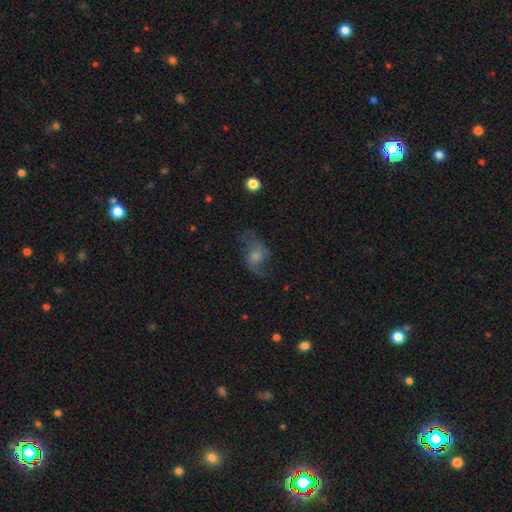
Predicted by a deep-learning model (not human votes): Overall: featured or disk (56%; smooth 32%). Edge-on disk: no (95%). Bar: no (69%). Spiral arms: yes (82%). Bulge size: moderate (45%; small 30%). Merging: none (56%; minor disturbance 22%).